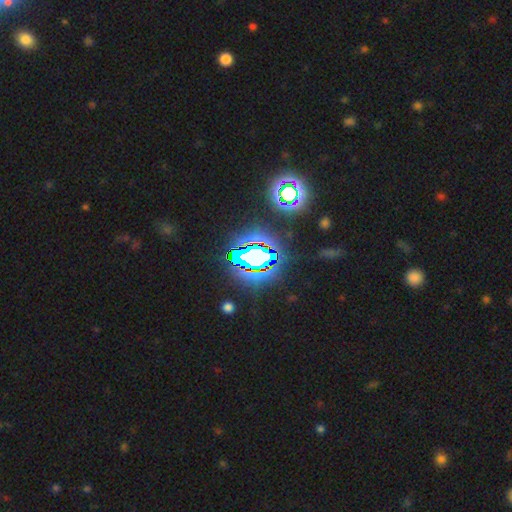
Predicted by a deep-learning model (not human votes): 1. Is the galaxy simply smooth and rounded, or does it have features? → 70% star or artifact, 17% smooth, 13% featured or disk.